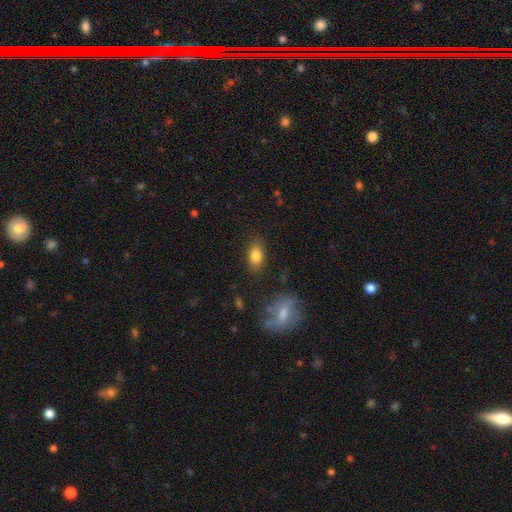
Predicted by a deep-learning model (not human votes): Q: Smooth or featured?
A: smooth (83%); runner-up: featured or disk (9%)
Q: How rounded?
A: in between (86%); runner-up: round (9%)
Q: Merging?
A: none (82%); runner-up: minor disturbance (12%)